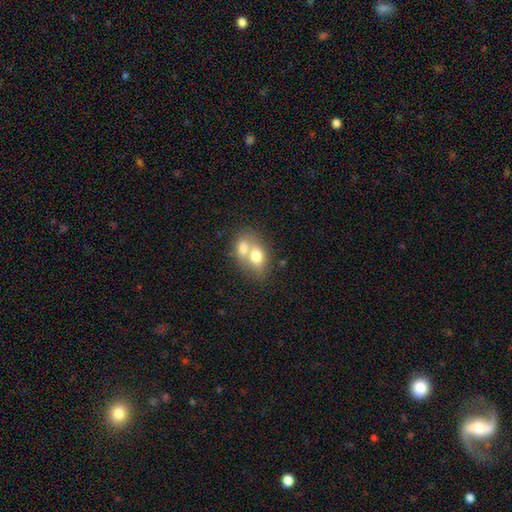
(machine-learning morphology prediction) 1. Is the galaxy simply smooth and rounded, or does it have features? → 70% smooth, 22% featured or disk, 8% star or artifact.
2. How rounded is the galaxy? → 75% in between, 24% round, 2% cigar-shaped.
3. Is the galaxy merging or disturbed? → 67% merger, 23% none, 7% minor disturbance, 3% major disturbance.